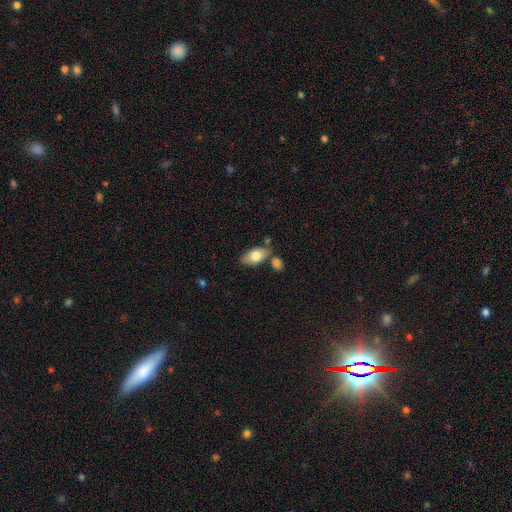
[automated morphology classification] Smooth or featured: smooth — 75% (featured or disk — 19%)
How rounded: in between — 91% (round — 5%)
Merging: none — 66% (minor disturbance — 15%)